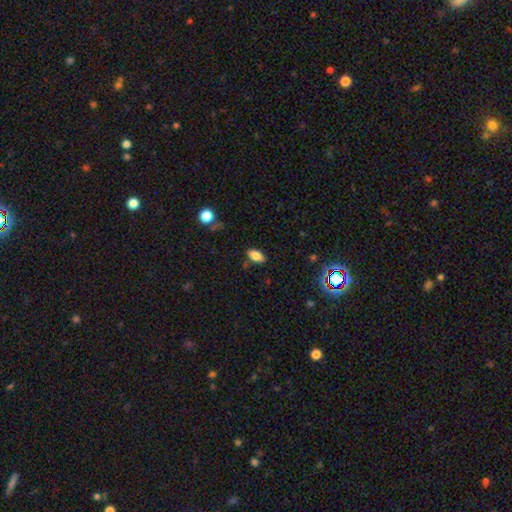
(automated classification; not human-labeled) smooth-or-featured: smooth: 82% | star or artifact: 10% | featured or disk: 8%
  how-rounded: in between: 92% | round: 5% | cigar-shaped: 4%
  merging: none: 81% | minor disturbance: 13% | major disturbance: 3% | merger: 3%